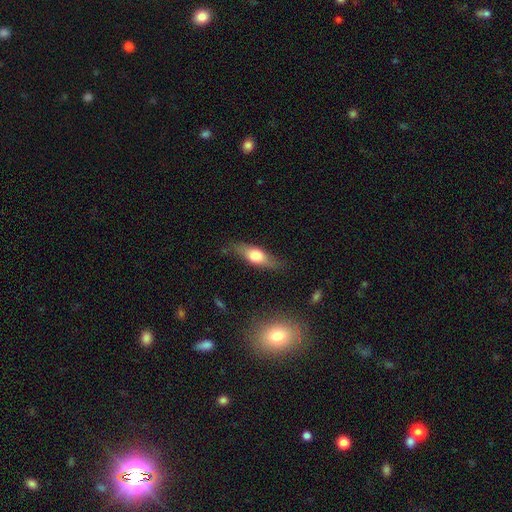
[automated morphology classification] This appears to be a smooth galaxy with no disk features (56%) that is in between round and cigar-shaped (57%). Merging: none (75%).